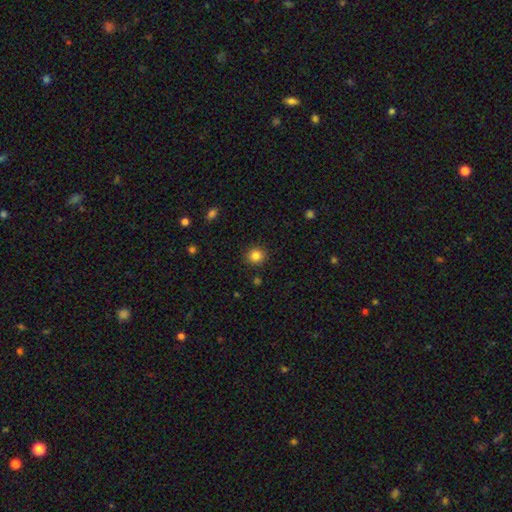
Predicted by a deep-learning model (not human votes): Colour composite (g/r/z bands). It shows a smooth galaxy with no disk features (84%) that is round (88%). Merging: none (90%).